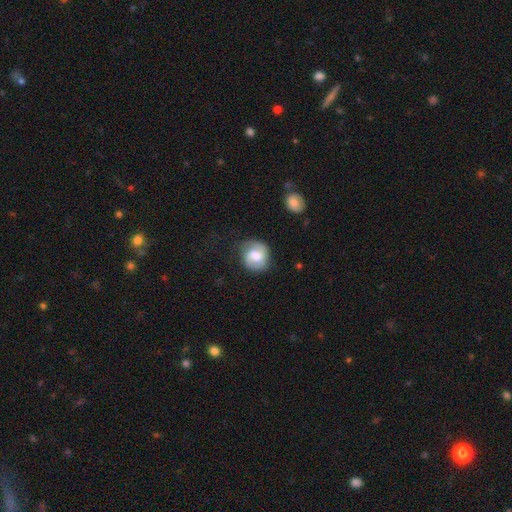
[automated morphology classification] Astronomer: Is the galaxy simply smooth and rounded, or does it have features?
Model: smooth — 48% (runner-up: featured or disk, 44%).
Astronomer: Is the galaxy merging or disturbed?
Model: none — 65%.